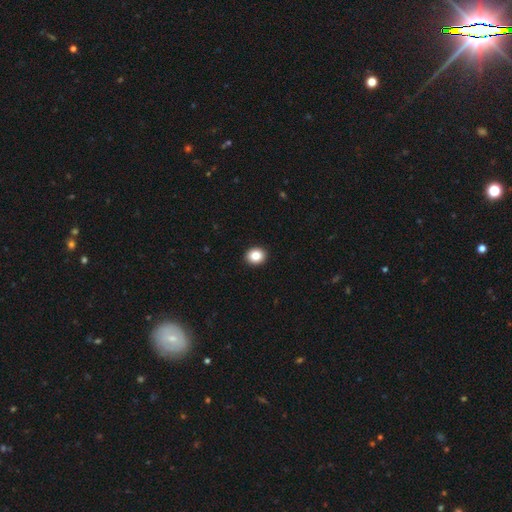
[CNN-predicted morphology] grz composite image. It shows a smooth galaxy with no disk features (84%) that is round (73%). Merging: none (93%).